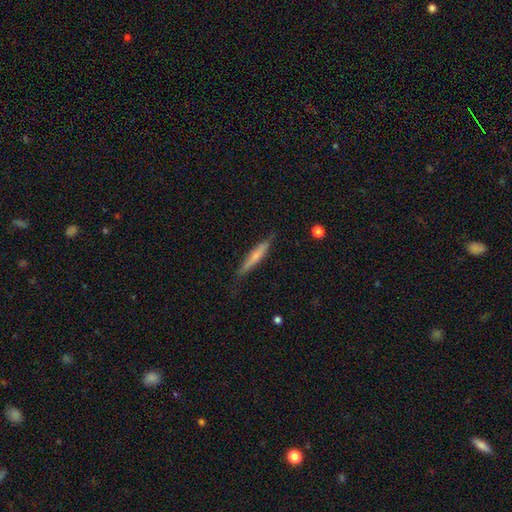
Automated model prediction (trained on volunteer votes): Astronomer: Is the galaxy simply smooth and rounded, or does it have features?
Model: smooth — 53% (runner-up: featured or disk, 41%).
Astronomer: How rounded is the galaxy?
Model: cigar-shaped — 92%.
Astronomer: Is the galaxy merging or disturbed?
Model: none — 79%.